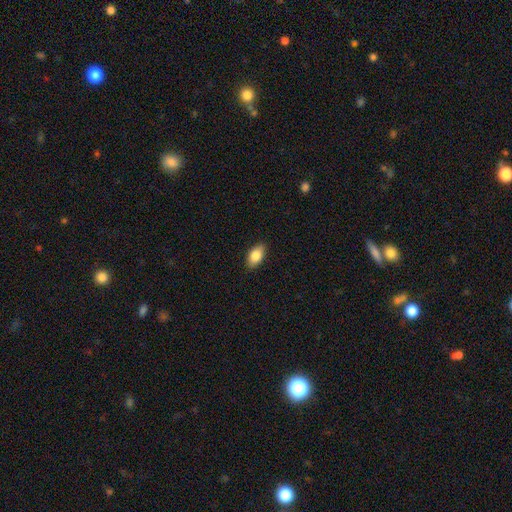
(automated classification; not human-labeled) The model was most divided on "smooth or featured": smooth: 85%, featured or disk: 9%, star or artifact: 7%. More confident: how rounded — in between (91%); merging — none (87%).